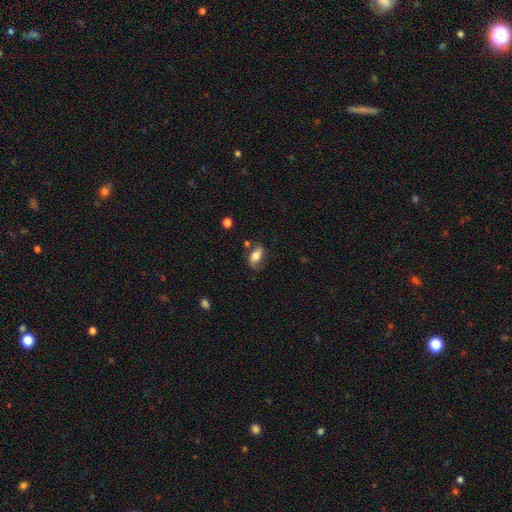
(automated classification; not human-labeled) Smooth or featured? Predicted: smooth (p=0.67). How rounded? Predicted: in between (p=0.87). Merging? Predicted: none (p=0.60).